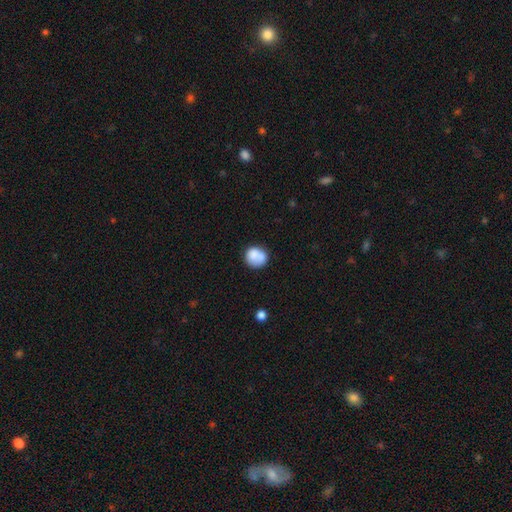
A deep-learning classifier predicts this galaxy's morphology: This appears to be a smooth galaxy with no disk features (81%) that is round (81%). Merging: none (60%).